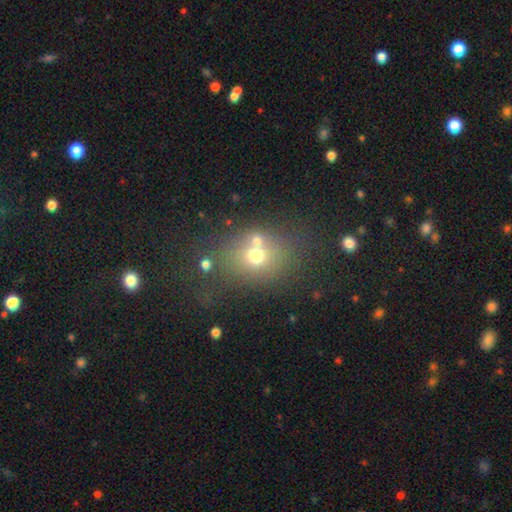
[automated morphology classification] A smooth galaxy with no disk features (64%) that is round (58%). Merging: none (52%).